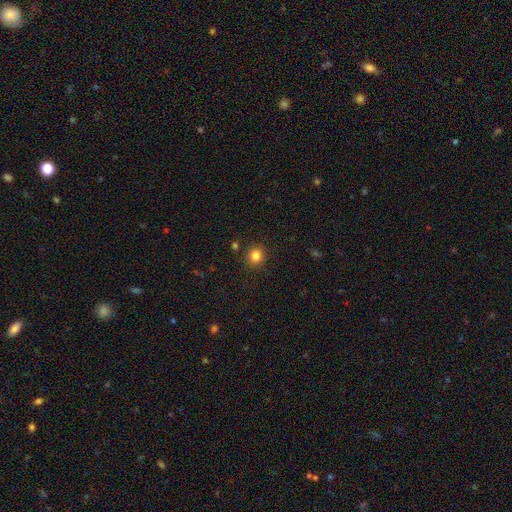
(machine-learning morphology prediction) Q: Smooth or featured?
A: smooth (83%); runner-up: star or artifact (13%)
Q: How rounded?
A: round (91%); runner-up: in between (8%)
Q: Merging?
A: none (90%); runner-up: minor disturbance (6%)